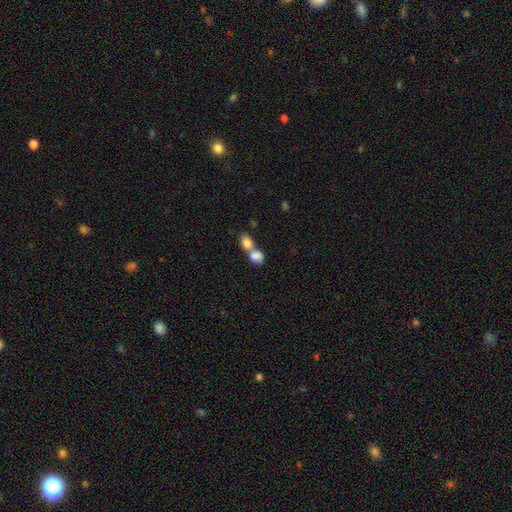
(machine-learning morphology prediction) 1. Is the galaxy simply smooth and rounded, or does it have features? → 82% smooth, 10% featured or disk, 8% star or artifact.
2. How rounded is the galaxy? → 60% in between, 38% round, 2% cigar-shaped.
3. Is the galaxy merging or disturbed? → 73% merger, 18% none, 5% minor disturbance, 3% major disturbance.